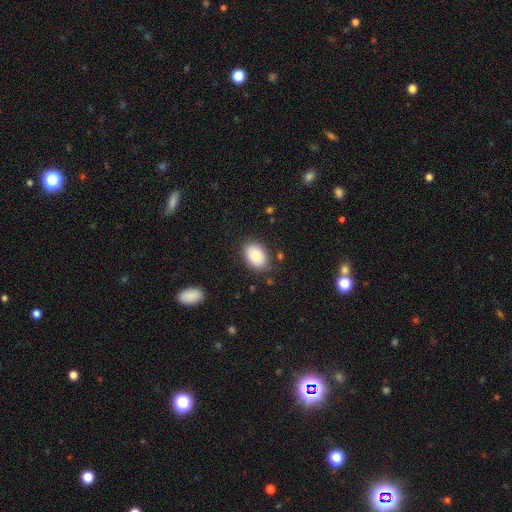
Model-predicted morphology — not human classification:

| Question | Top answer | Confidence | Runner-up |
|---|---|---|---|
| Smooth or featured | smooth | 80% | featured or disk (13%) |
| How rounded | in between | 84% | round (15%) |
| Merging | none | 84% | minor disturbance (11%) |